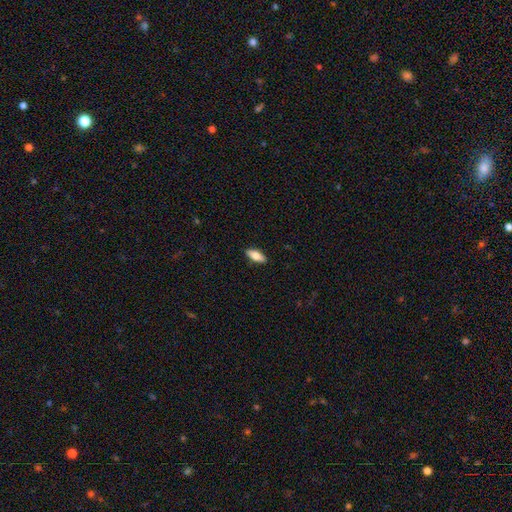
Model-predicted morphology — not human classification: The model was most divided on "how rounded": in between: 73%, cigar-shaped: 25%, round: 2%. More confident: merging — none (89%); smooth or featured — smooth (75%).